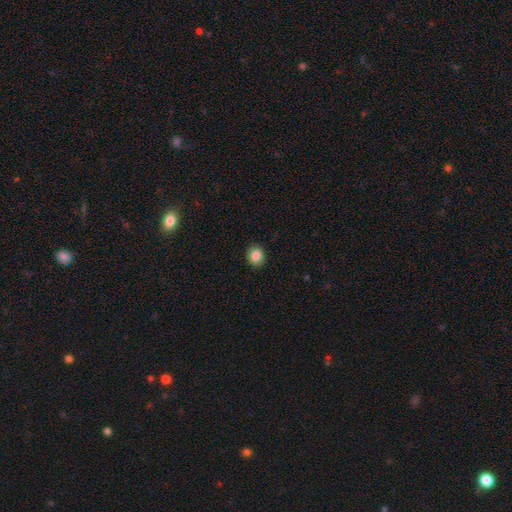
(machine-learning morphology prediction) Smooth or featured? Predicted: smooth (p=0.86). How rounded? Predicted: round (p=0.60). Merging? Predicted: none (p=0.90).